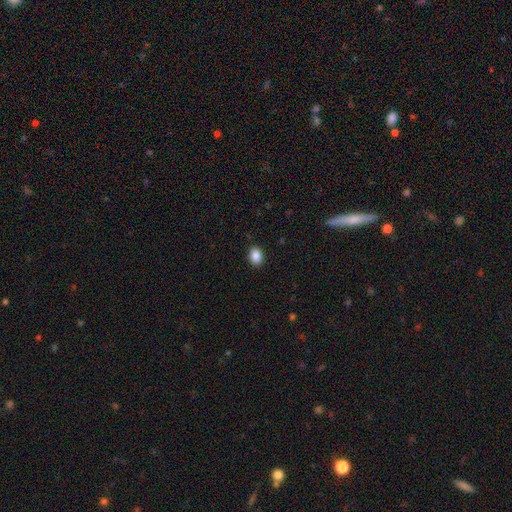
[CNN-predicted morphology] The model was most divided on "how rounded": in between: 66%, round: 33%, cigar-shaped: 1%. More confident: merging — none (90%); smooth or featured — smooth (88%).